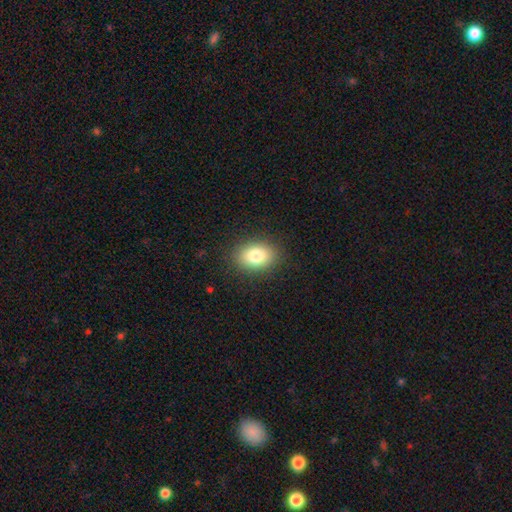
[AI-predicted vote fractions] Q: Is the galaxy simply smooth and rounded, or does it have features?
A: smooth — 82%.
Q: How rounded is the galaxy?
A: in between — 73%.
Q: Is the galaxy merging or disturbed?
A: none — 88%.